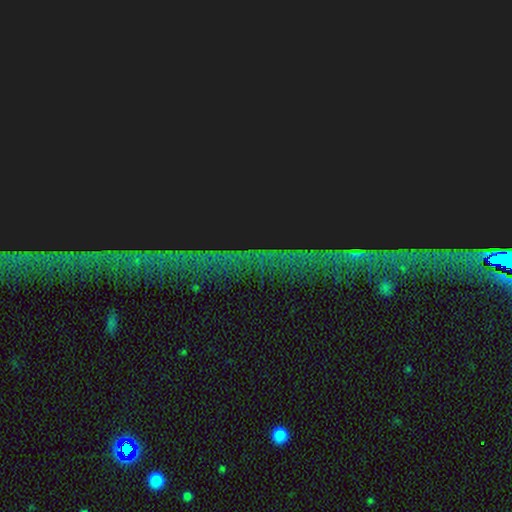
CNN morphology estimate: A star or artifact, not a galaxy (86%).